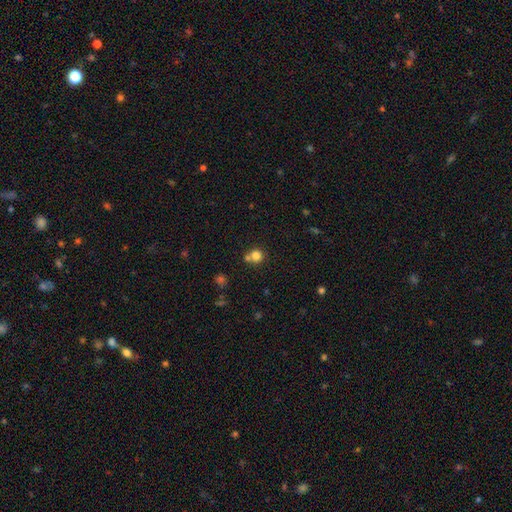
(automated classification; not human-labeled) smooth_or_featured: smooth (p=0.80) [alt: star or artifact p=0.13]
how_rounded: round (p=0.90) [alt: in between p=0.09]
merging: none (p=0.58) [alt: merger p=0.30]